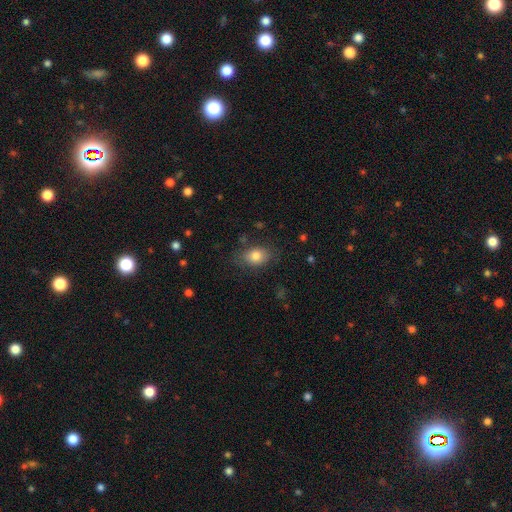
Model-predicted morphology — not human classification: This appears to be a smooth galaxy with no disk features (81%) that is in between round and cigar-shaped (71%). Merging: none (76%).